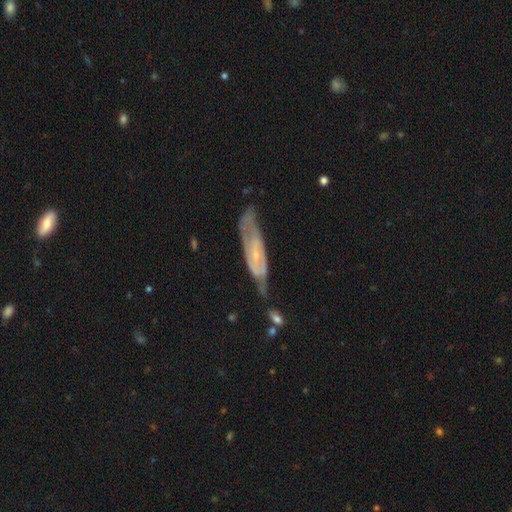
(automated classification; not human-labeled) Smooth or featured: featured or disk — 71% (smooth — 22%)
Edge-on disk: no — 73% (yes — 27%)
Bar: no — 56% (weak — 33%)
Spiral arms: yes — 74% (no — 26%)
Bulge size: small — 74% (moderate — 18%)
Merging: none — 44% (minor disturbance — 30%)